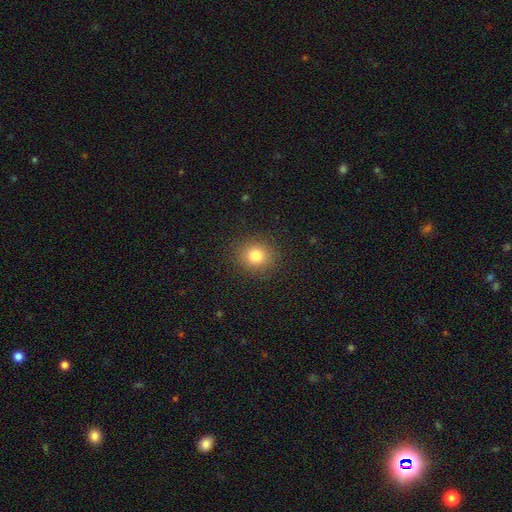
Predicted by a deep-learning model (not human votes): The model was most divided on "smooth or featured": smooth: 80%, star or artifact: 13%, featured or disk: 7%. More confident: merging — none (89%); how rounded — round (84%).